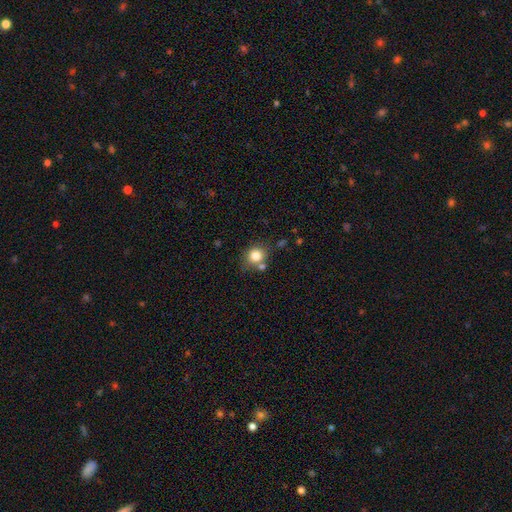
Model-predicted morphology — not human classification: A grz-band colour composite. It shows a smooth galaxy with no disk features (81%) that is round (76%). Merging: none (64%).